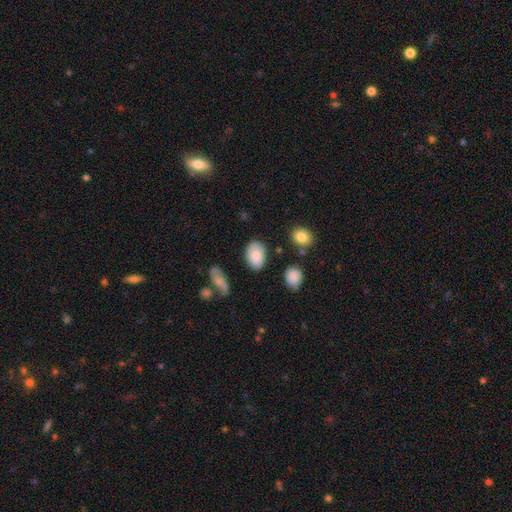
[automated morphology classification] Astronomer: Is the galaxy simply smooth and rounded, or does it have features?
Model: smooth — 82%.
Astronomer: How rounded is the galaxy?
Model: in between — 87%.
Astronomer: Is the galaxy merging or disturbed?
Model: none — 77%.